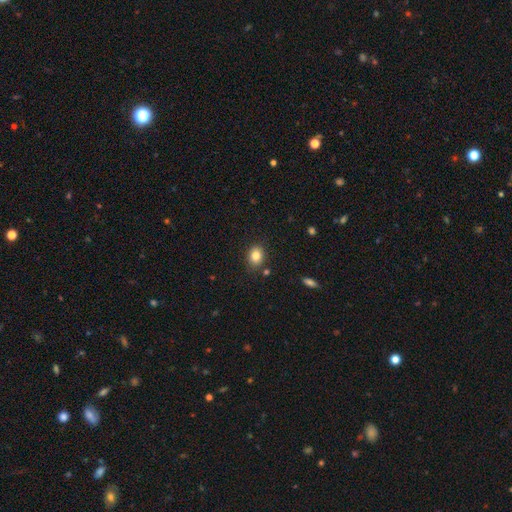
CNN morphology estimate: A smooth galaxy with no disk features (83%) that is in between round and cigar-shaped (60%). Merging: none (83%).